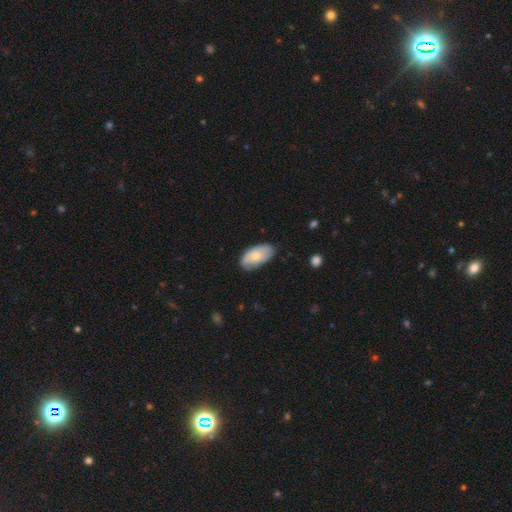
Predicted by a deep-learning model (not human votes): A smooth galaxy with no disk features (68%) that is in between round and cigar-shaped (94%).

Vote fractions:
- Smooth or featured? smooth: 68% / featured or disk: 26% / star or artifact: 6%
- How rounded? in between: 94% / round: 3% / cigar-shaped: 3%
- Merging? none: 66% / minor disturbance: 28% / major disturbance: 5% / merger: 2%